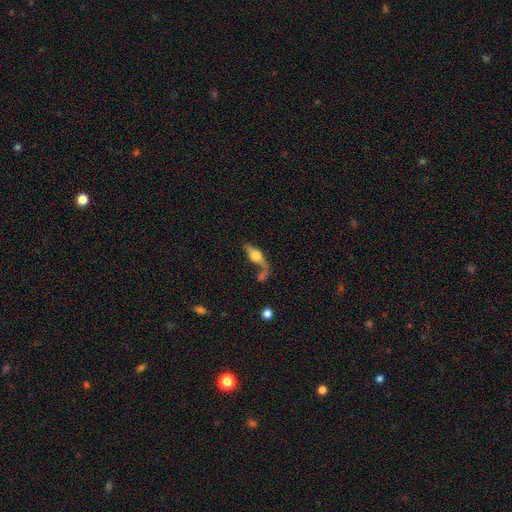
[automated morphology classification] The model was most divided on "smooth or featured": featured or disk: 46%, smooth: 45%, star or artifact: 9%. Remaining: merging — none (35%).